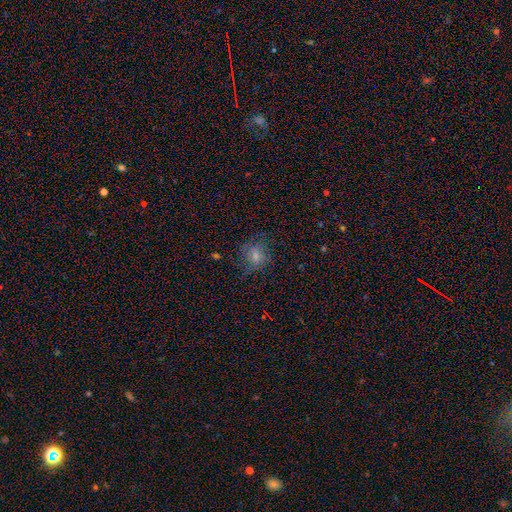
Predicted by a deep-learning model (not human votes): A smooth galaxy with no disk features (51%) that is round (79%). Merging: none (72%).